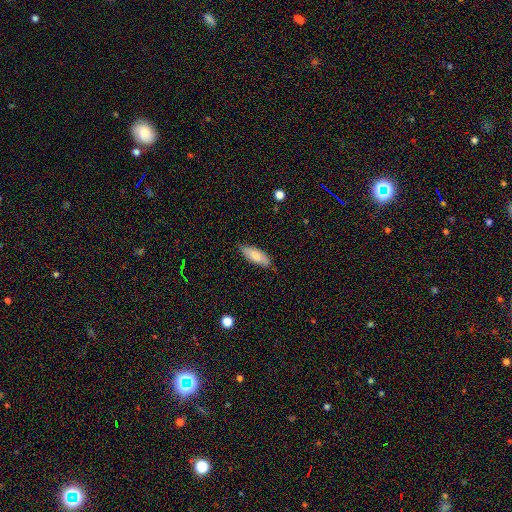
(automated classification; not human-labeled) The model was most divided on "how rounded": in between: 73%, cigar-shaped: 25%, round: 2%. More confident: merging — none (78%); smooth or featured — smooth (73%).